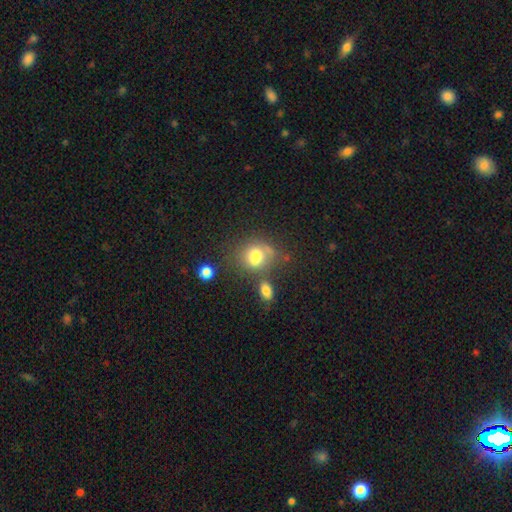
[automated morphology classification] smooth-or-featured: smooth: 71% | featured or disk: 16% | star or artifact: 13%
  how-rounded: round: 63% | in between: 36% | cigar-shaped: 1%
  merging: none: 46% | merger: 26% | minor disturbance: 18% | major disturbance: 10%